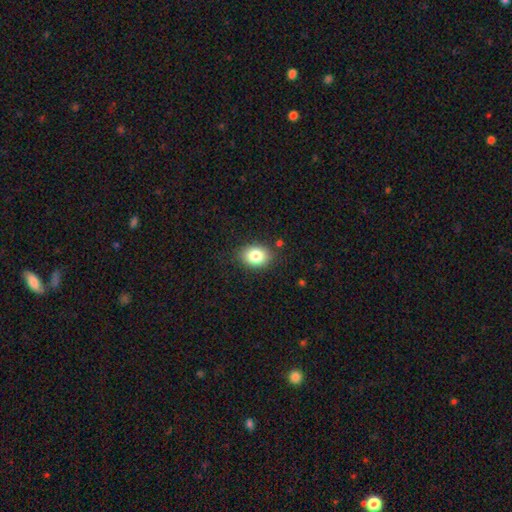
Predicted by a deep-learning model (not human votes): Q: Smooth or featured?
A: smooth (83%); runner-up: star or artifact (9%)
Q: How rounded?
A: in between (70%); runner-up: round (29%)
Q: Merging?
A: none (84%); runner-up: minor disturbance (12%)